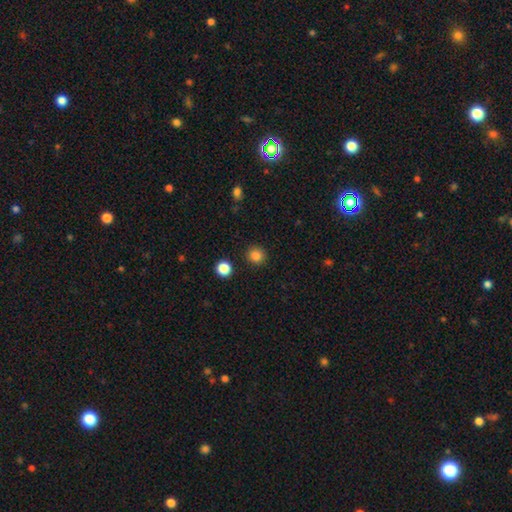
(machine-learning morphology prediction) Smooth or featured? Predicted: smooth (p=0.85). How rounded? Predicted: round (p=0.91). Merging? Predicted: none (p=0.91).